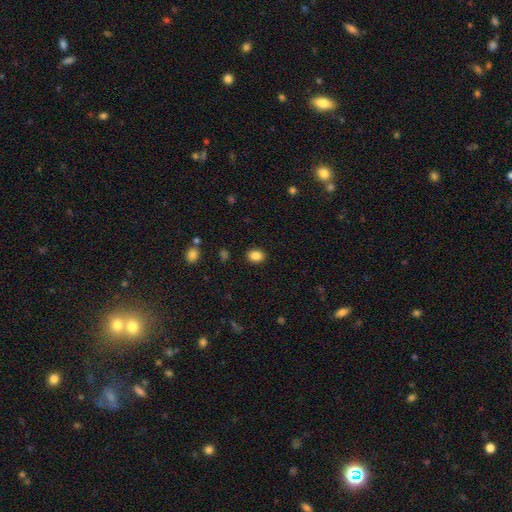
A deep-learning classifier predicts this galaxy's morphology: A smooth galaxy with no disk features (86%) that is in between round and cigar-shaped (60%). Merging: none (89%).